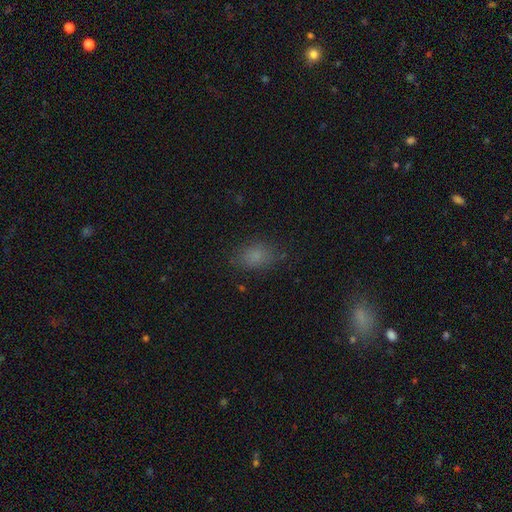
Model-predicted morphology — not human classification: smooth 79%, star or artifact 14%, featured or disk 7%. Down the decision tree: how rounded — in between (76%); merging — none (75%).